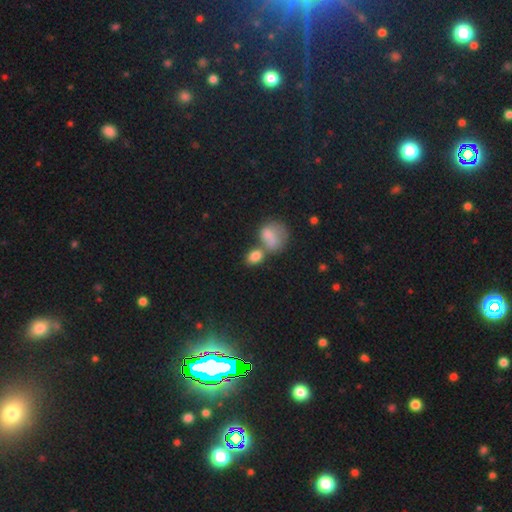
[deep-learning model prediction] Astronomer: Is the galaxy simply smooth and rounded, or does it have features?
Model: smooth — 80%.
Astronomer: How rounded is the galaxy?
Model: in between — 71%.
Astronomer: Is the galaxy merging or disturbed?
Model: merger — 42% (runner-up: none, 39%).